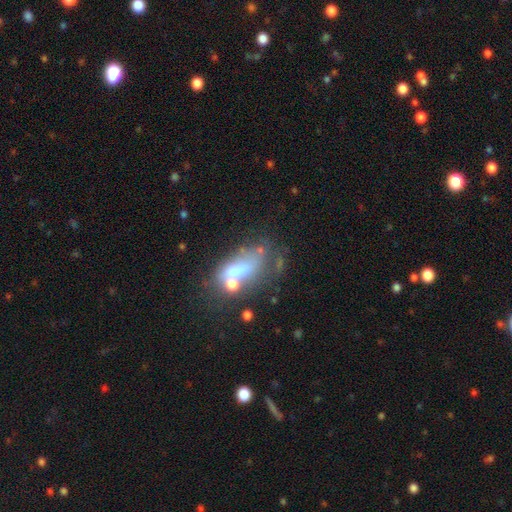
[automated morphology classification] A featured or disk galaxy (45%). Merging: merger (30%).